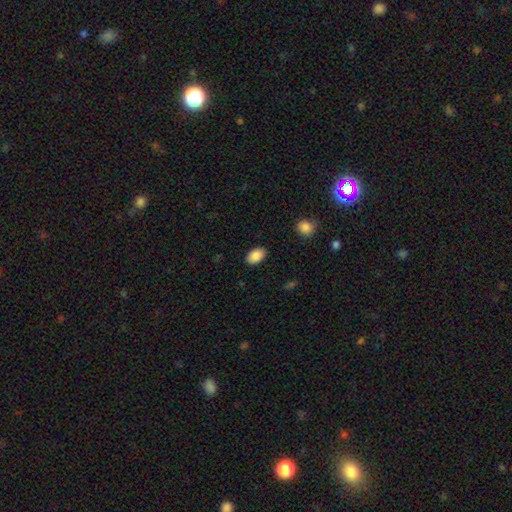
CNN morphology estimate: smooth-or-featured: smooth: 89% | star or artifact: 7% | featured or disk: 4%
  how-rounded: in between: 91% | round: 8% | cigar-shaped: 1%
  merging: none: 88% | minor disturbance: 9% | major disturbance: 2% | merger: 1%